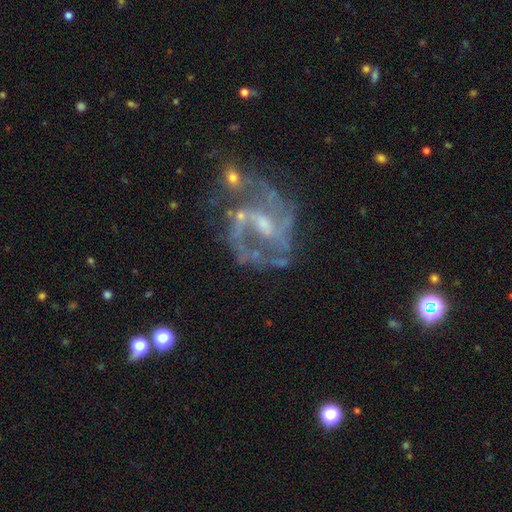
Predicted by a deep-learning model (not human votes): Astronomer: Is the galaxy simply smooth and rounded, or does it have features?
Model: featured or disk — 86%.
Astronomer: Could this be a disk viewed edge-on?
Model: no — 98%.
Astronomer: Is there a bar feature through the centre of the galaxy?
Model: weak — 53%.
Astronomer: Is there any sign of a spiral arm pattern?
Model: yes — 92%.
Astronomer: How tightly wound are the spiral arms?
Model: medium — 54%.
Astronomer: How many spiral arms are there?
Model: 2 — 69%.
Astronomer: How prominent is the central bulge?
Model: small — 57%.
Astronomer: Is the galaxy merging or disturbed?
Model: none — 53%.